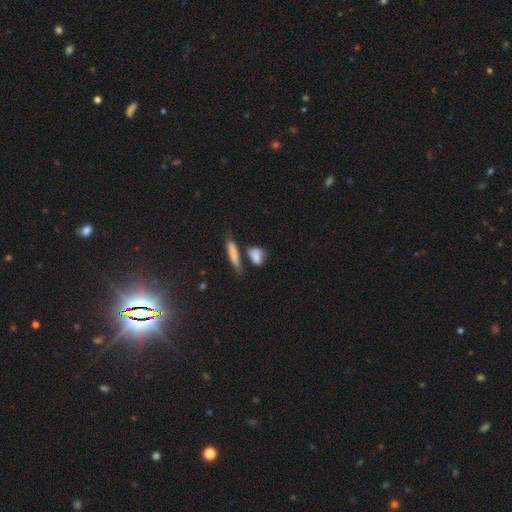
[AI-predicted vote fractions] A smooth galaxy with no disk features (76%) that is in between round and cigar-shaped (51%). Merging: none (48%).